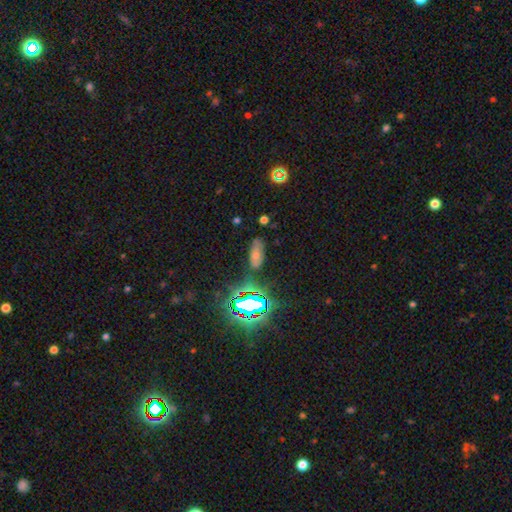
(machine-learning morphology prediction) Smooth or featured?
  - star or artifact: 46% *
  - smooth: 36%
  - featured or disk: 19%